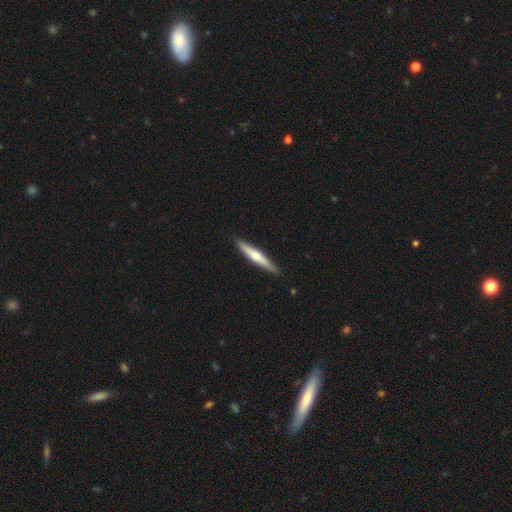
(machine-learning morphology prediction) smooth-or-featured: featured or disk: 59% | smooth: 36% | star or artifact: 5%
  disk-edge-on: yes: 96% | no: 4%
    edge-on-bulge: rounded: 88% | none: 9% | boxy: 3%
  merging: none: 90% | minor disturbance: 7% | major disturbance: 1% | merger: 1%